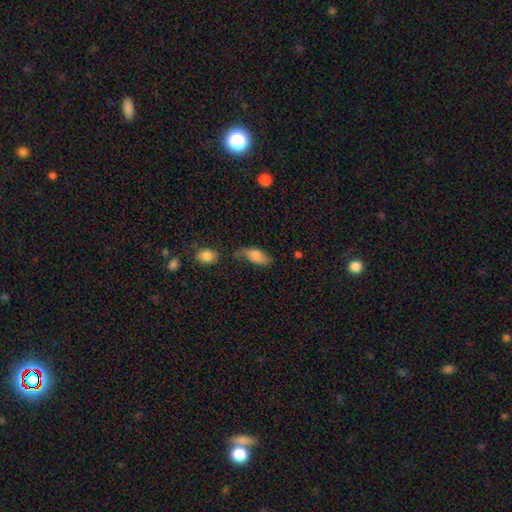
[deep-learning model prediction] Morphology: type=smooth (77%); roundness=in between (89%); merging=none (37%).